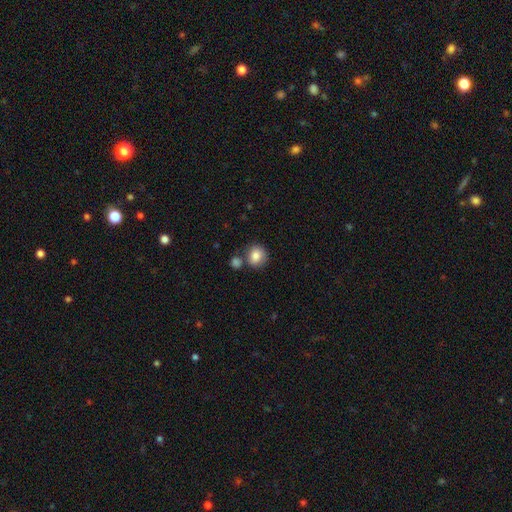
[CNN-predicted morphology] This is clearly a smooth galaxy (84%). How rounded: clearly round (83%). Merging: likely none (67%).